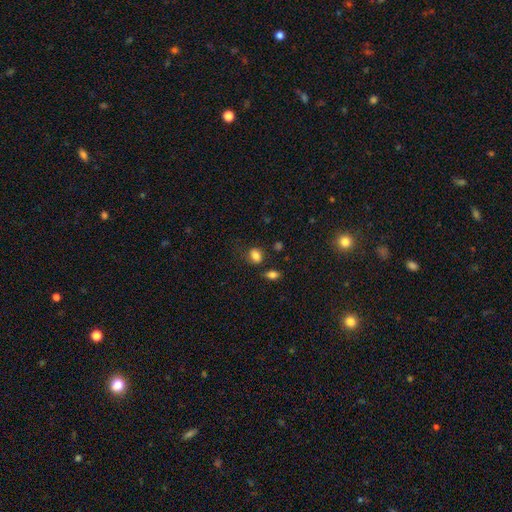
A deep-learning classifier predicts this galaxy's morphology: This is clearly a smooth galaxy (81%). How rounded: likely in between (64%). Merging: likely none (62%).